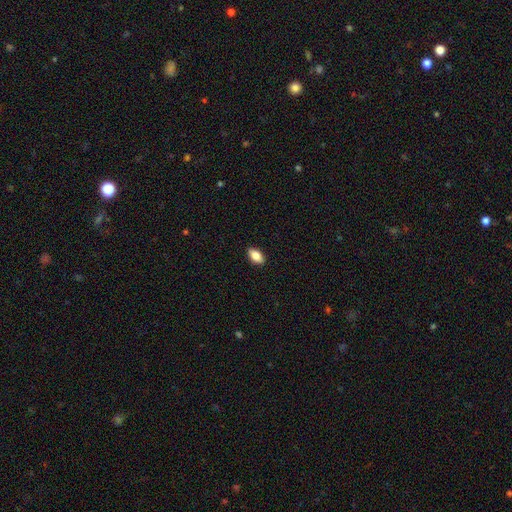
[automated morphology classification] Overall: smooth (81%). How rounded: in between (91%). Merging: none (89%).